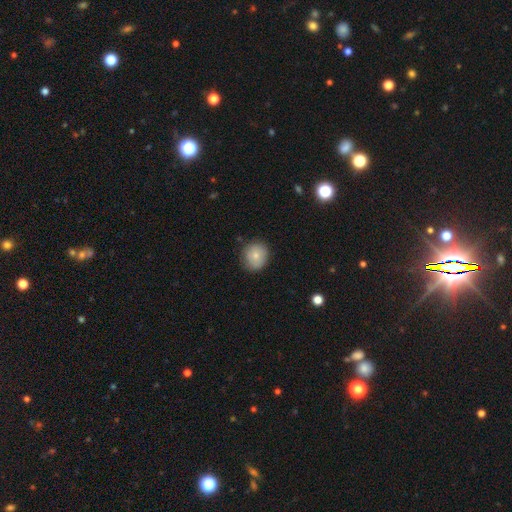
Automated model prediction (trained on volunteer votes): smooth-or-featured: smooth: 78% | featured or disk: 14% | star or artifact: 9%
  how-rounded: round: 83% | in between: 16% | cigar-shaped: 1%
  merging: none: 82% | minor disturbance: 13% | major disturbance: 3% | merger: 1%